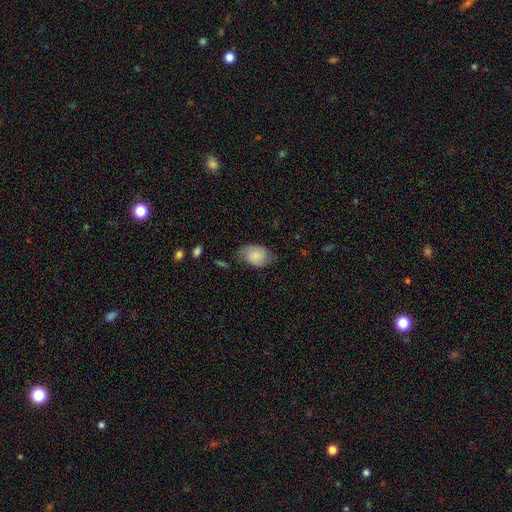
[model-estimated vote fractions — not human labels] Smooth or featured: smooth — 74% (featured or disk — 19%)
How rounded: in between — 79% (round — 20%)
Merging: none — 53% (minor disturbance — 35%)